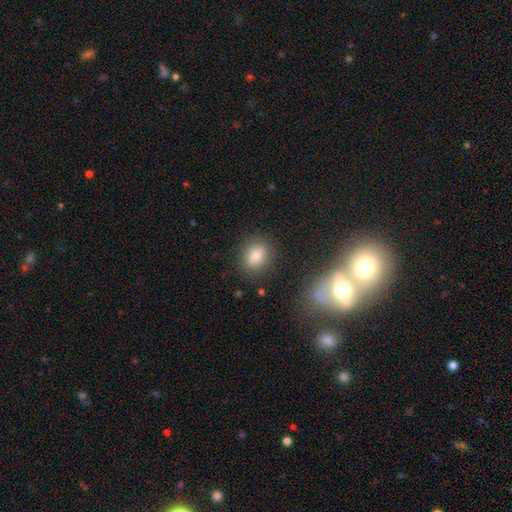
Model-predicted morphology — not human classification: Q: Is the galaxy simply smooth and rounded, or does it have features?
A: smooth — 82%.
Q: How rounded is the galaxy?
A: in between — 58%.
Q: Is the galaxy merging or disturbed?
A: none — 84%.